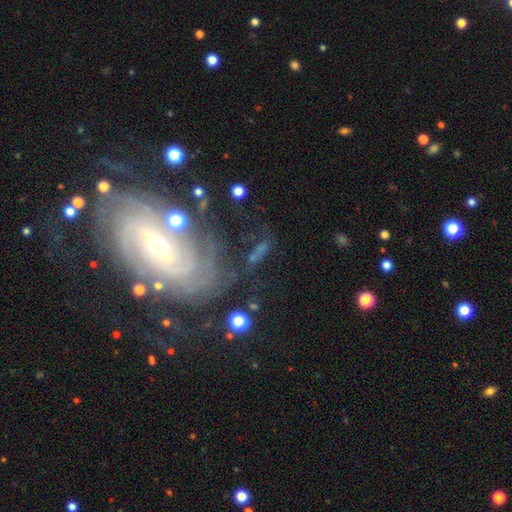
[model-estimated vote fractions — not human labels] Smooth or featured?
  - featured or disk: 71% *
  - smooth: 16%
  - star or artifact: 13%
Edge-on disk?
  - no: 91% *
  - yes: 9%
Bar?
  - no: 41% *
  - weak: 35%
  - strong: 24%
Spiral arms?
  - yes: 85% *
  - no: 15%
Spiral winding?
  - tight: 58% *
  - medium: 29%
  - loose: 13%
Spiral arm count?
  - can't tell: 36% *
  - 2: 31%
  - 3: 13%
  - 4: 8%
  - 1: 7%
  - more than 4: 6%
Bulge size?
  - moderate: 53% *
  - small: 37%
  - large: 5%
  - none: 3%
  - dominant: 2%
Merging?
  - none: 59% *
  - minor disturbance: 20%
  - major disturbance: 15%
  - merger: 6%